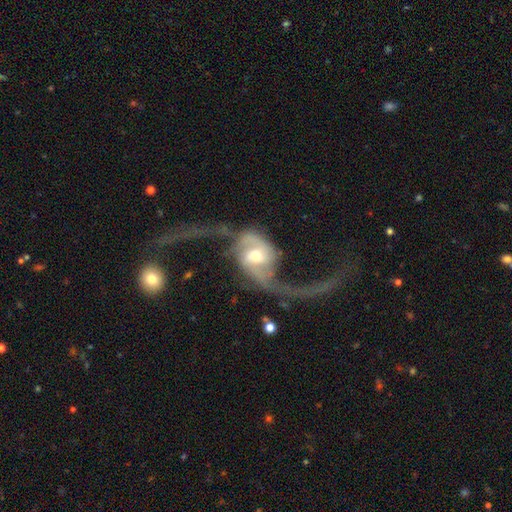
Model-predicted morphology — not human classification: A featured or disk galaxy (82%) with no bar (43%), 2 (82%) loose (80%) spiral arms (89%) and a moderate central bulge (66%).

Vote fractions:
- Smooth or featured? featured or disk: 82% / smooth: 13% / star or artifact: 5%
- Edge-on disk? no: 96% / yes: 4%
- Bar? no: 43% / weak: 40% / strong: 17%
- Spiral arms? yes: 89% / no: 11%
- Spiral winding? loose: 80% / medium: 15% / tight: 5%
- Spiral arm count? 2: 82% / 1: 8% / can't tell: 5% / 3: 2% / 4: 2% / more than 4: 2%
- Bulge size? moderate: 66% / small: 24% / large: 7% / dominant: 1% / none: 1%
- Merging? major disturbance: 52% / none: 28% / minor disturbance: 12% / merger: 8%